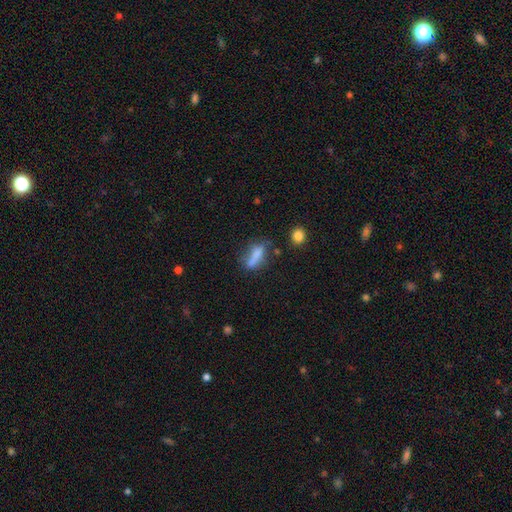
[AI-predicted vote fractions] smooth 68%, featured or disk 21%, star or artifact 11%. Down the decision tree: how rounded — in between (51%); merging — none (46%).